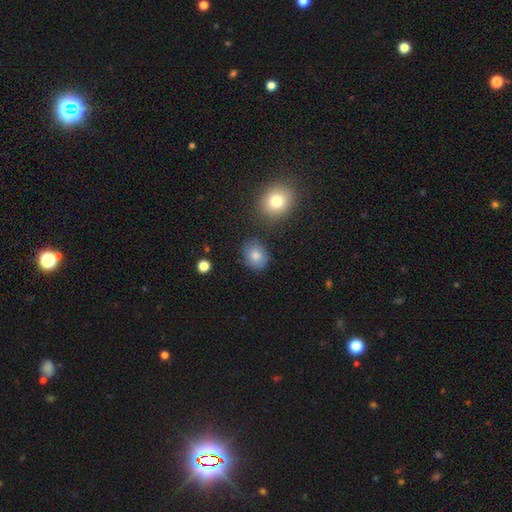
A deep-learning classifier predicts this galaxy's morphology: Smooth or featured? smooth (81%)
How rounded? round (58%)
Merging? none (77%)